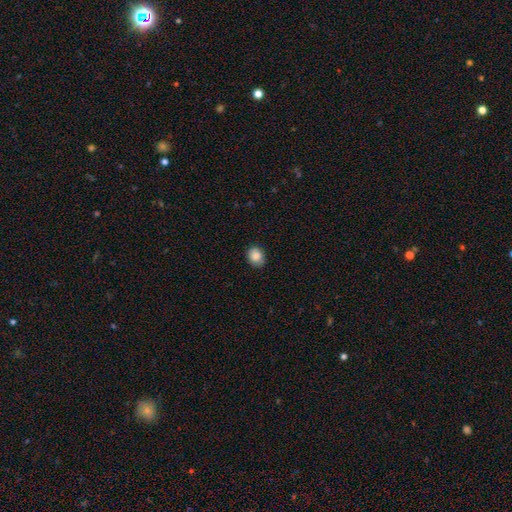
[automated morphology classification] This is clearly a smooth galaxy (86%). How rounded: possibly round (58%). Merging: clearly none (83%).